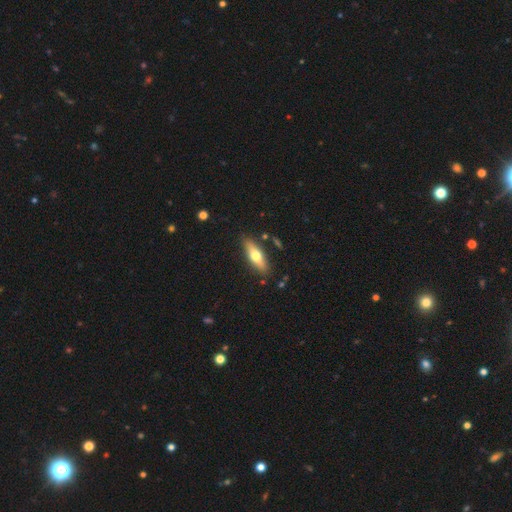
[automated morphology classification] This appears to be a smooth galaxy with no disk features (57%) that is in between round and cigar-shaped (50%). Merging: none (84%).